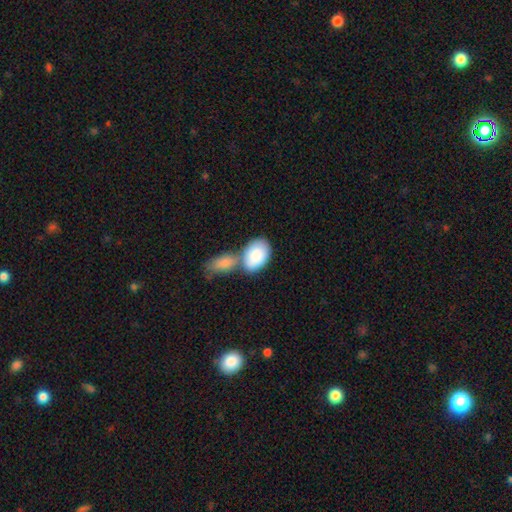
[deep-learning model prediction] Smooth or featured? smooth (84%)
How rounded? in between (91%)
Merging? merger (53%)